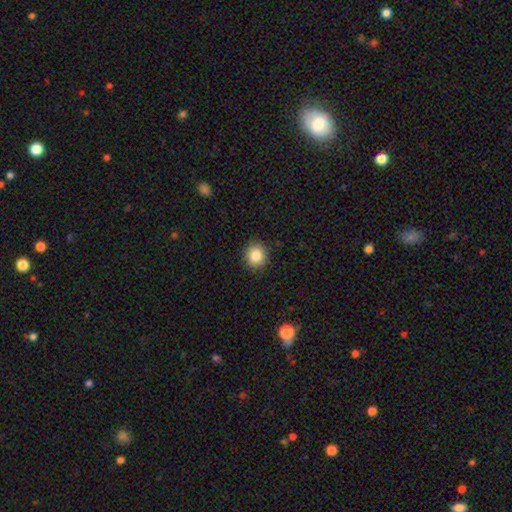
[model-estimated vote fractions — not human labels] This appears to be a smooth galaxy with no disk features (85%) that is round (90%). Merging: none (91%).